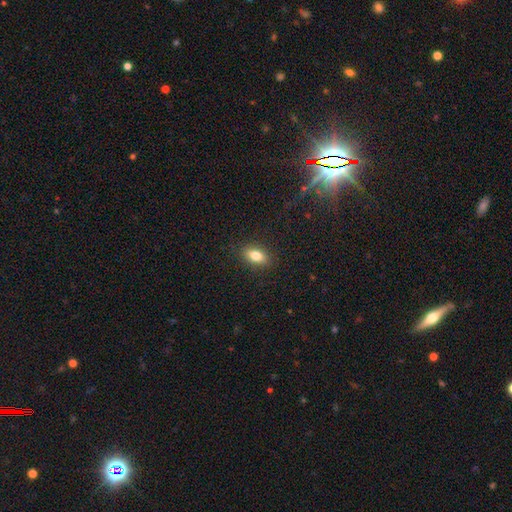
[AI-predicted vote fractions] Smooth or featured: smooth — 81% (featured or disk — 10%)
How rounded: in between — 86% (round — 8%)
Merging: none — 89% (minor disturbance — 8%)